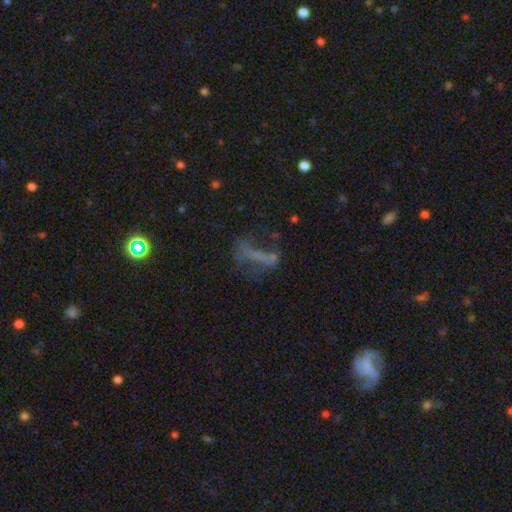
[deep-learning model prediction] Smooth or featured? featured or disk (39%)
Merging? none (37%)